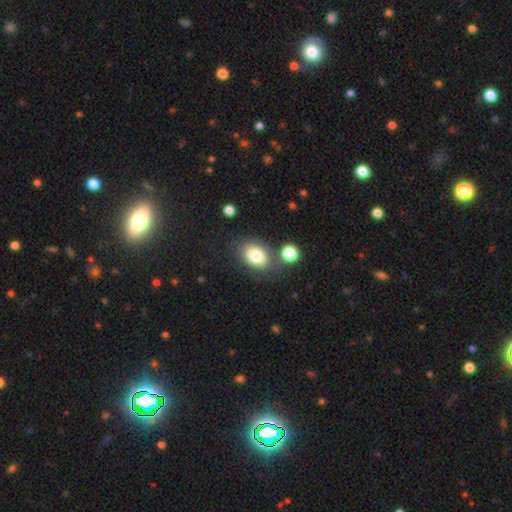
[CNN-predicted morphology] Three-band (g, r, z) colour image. It shows a smooth galaxy with no disk features (81%) that is in between round and cigar-shaped (78%). Merging: none (71%).